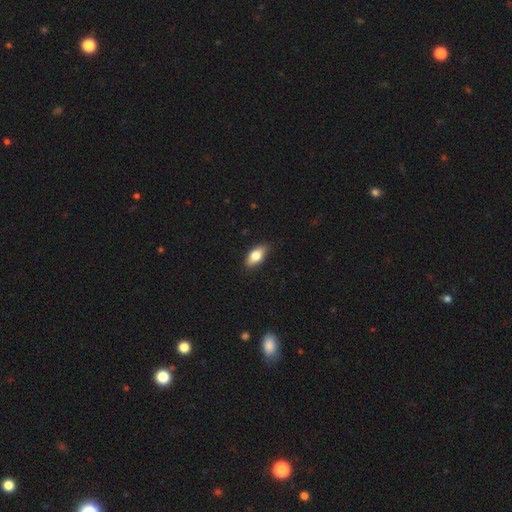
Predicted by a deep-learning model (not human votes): A smooth galaxy with no disk features (76%) that is in between round and cigar-shaped (86%). Merging: none (84%).